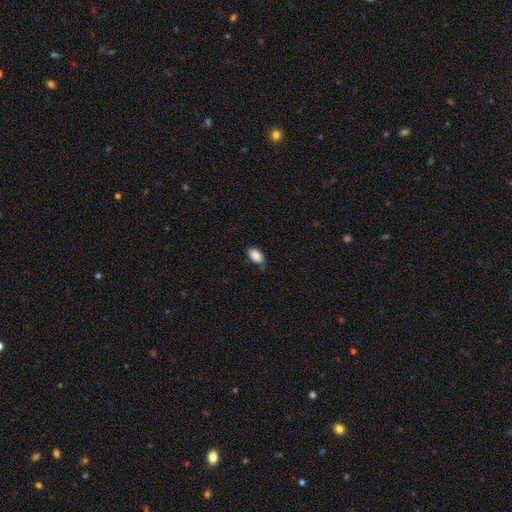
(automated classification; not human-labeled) A smooth galaxy with no disk features (89%) that is in between round and cigar-shaped (93%). Merging: none (69%).